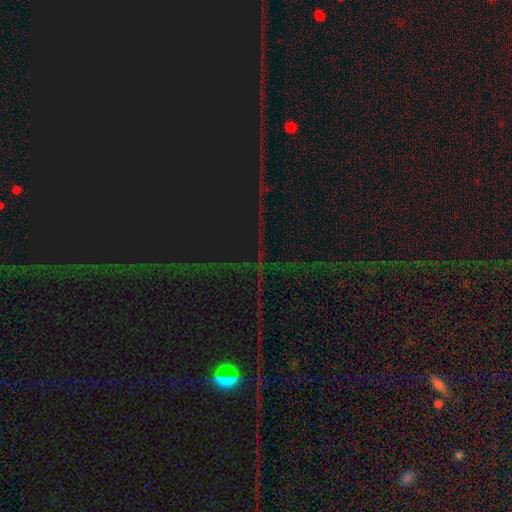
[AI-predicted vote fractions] This appears to be a star or artifact, not a galaxy (83%).